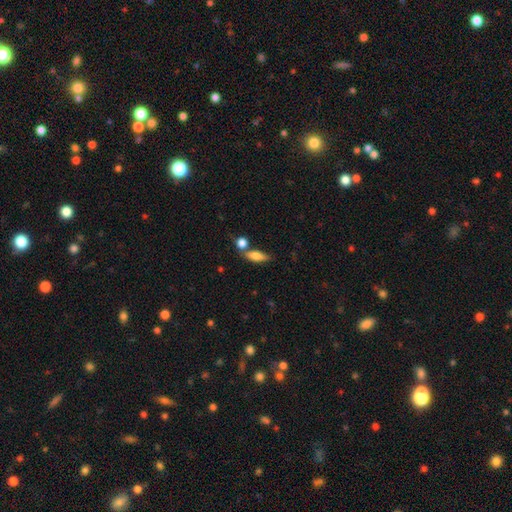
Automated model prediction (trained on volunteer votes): This is likely a smooth galaxy (70%). How rounded: likely in between (60%). Merging: possibly none (60%).